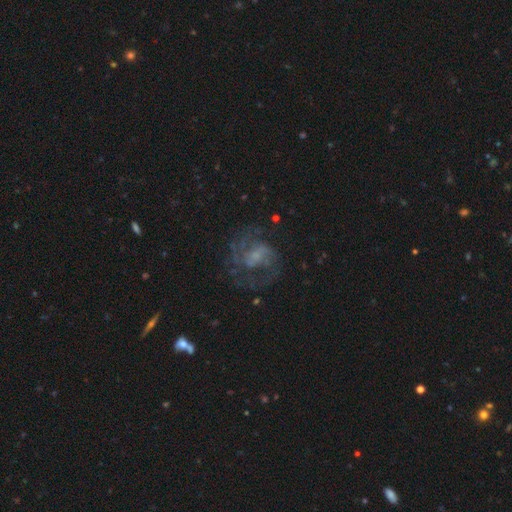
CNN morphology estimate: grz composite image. It shows a featured or disk galaxy (76%) with no bar (45%), 2 (57%) medium (52%) spiral arms (87%) and no central bulge (37%). Merging: none (60%).